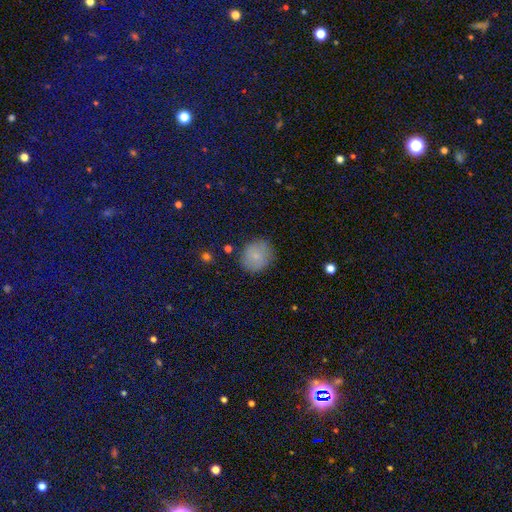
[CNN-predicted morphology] smooth 79%, featured or disk 11%, star or artifact 10%. Down the decision tree: how rounded — round (83%); merging — none (83%).